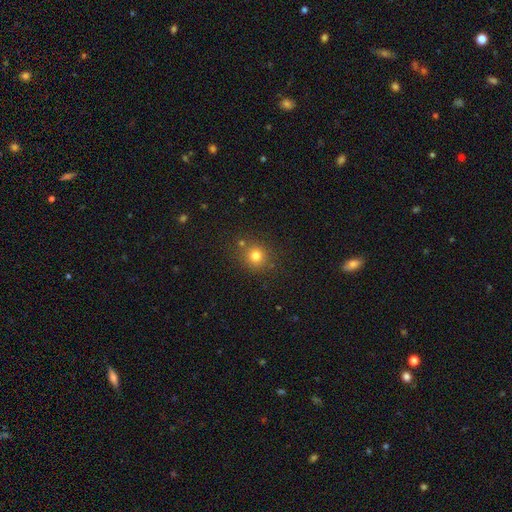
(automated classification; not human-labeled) A smooth galaxy with no disk features (78%) that is round (88%). Merging: none (79%).